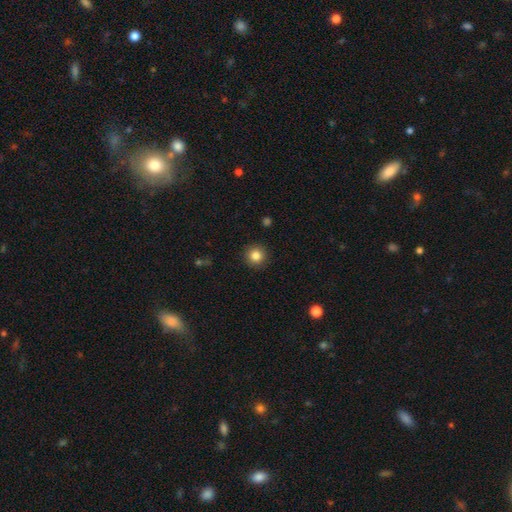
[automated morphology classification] A smooth galaxy with no disk features (84%) that is round (94%).

Vote fractions:
- Smooth or featured? smooth: 84% / star or artifact: 11% / featured or disk: 5%
- How rounded? round: 94% / in between: 5% / cigar-shaped: 1%
- Merging? none: 91% / minor disturbance: 6% / major disturbance: 2% / merger: 1%